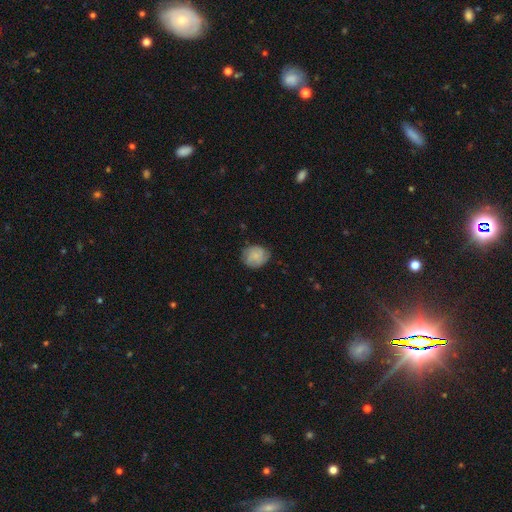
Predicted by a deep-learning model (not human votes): Smooth or featured?
  - smooth: 72% *
  - featured or disk: 21%
  - star or artifact: 8%
How rounded?
  - round: 70% *
  - in between: 29%
  - cigar-shaped: 1%
Merging?
  - none: 72% *
  - minor disturbance: 22%
  - major disturbance: 5%
  - merger: 1%